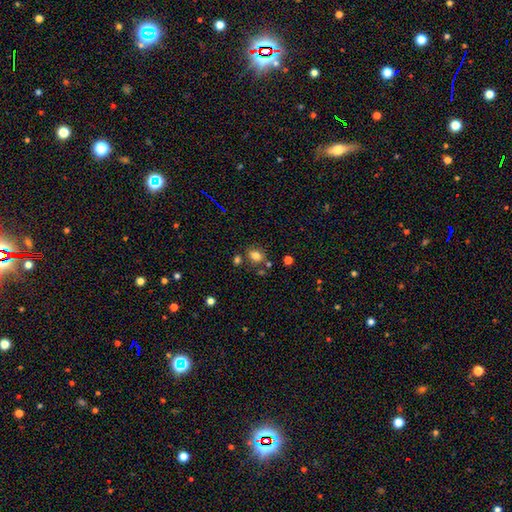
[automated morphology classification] A smooth galaxy with no disk features (79%) that is in between round and cigar-shaped (56%). Merging: none (72%).